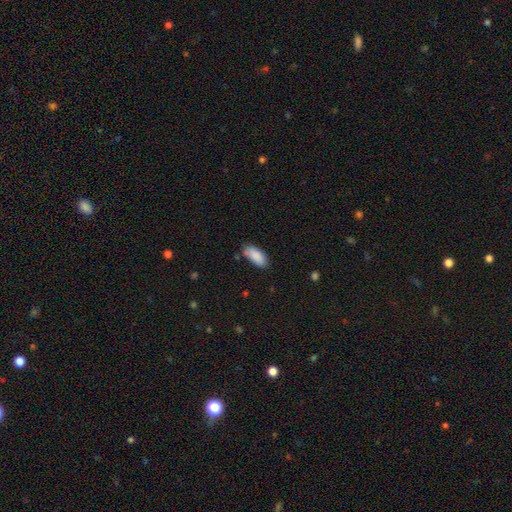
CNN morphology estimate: smooth_or_featured: smooth (p=0.89) [alt: star or artifact p=0.06]
how_rounded: in between (p=0.87) [alt: cigar-shaped p=0.12]
merging: none (p=0.76) [alt: minor disturbance p=0.17]